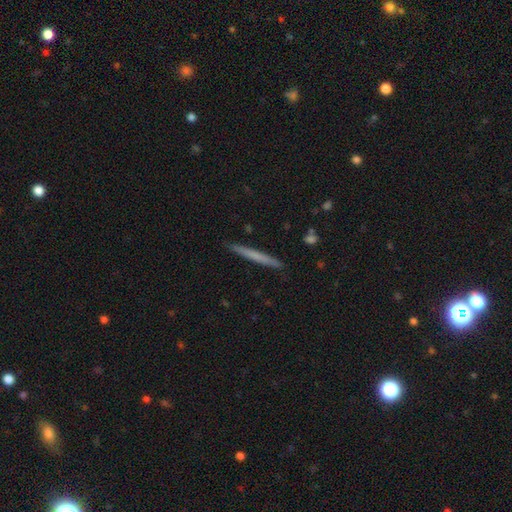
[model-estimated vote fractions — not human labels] Smooth or featured?
  - smooth: 60% *
  - featured or disk: 34%
  - star or artifact: 6%
How rounded?
  - cigar-shaped: 97% *
  - in between: 2%
  - round: 1%
Merging?
  - none: 91% *
  - minor disturbance: 7%
  - major disturbance: 1%
  - merger: 1%